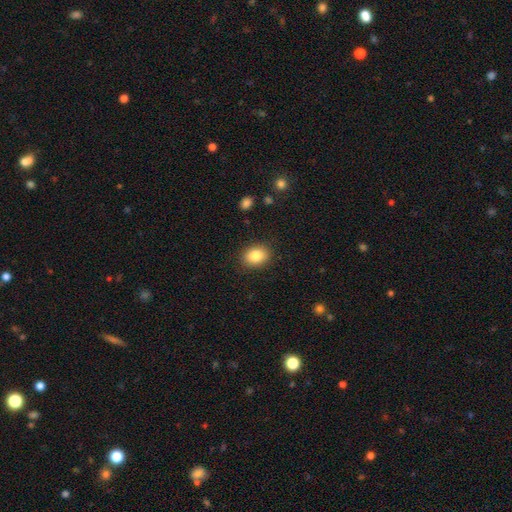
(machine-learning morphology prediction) smooth 85%, star or artifact 9%, featured or disk 7%. Down the decision tree: how rounded — in between (62%); merging — none (88%).